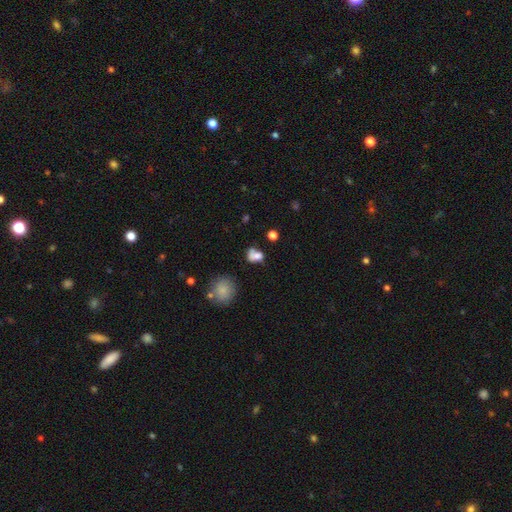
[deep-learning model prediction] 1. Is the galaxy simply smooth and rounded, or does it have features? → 73% smooth, 14% featured or disk, 13% star or artifact.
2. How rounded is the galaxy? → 58% in between, 40% round, 2% cigar-shaped.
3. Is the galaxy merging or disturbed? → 34% none, 27% merger, 22% minor disturbance, 17% major disturbance.